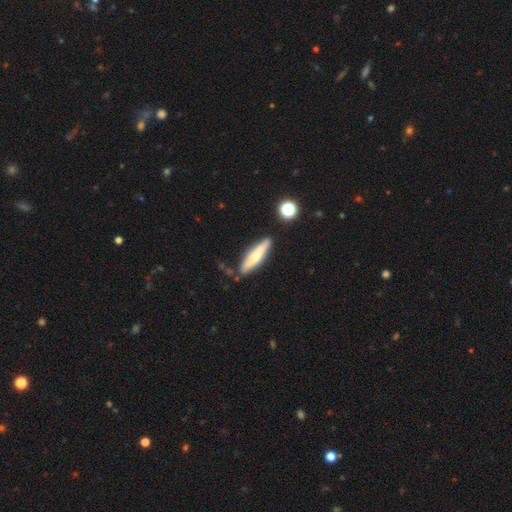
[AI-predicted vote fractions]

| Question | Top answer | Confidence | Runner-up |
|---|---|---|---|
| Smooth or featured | smooth | 57% | featured or disk (36%) |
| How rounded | cigar-shaped | 81% | in between (17%) |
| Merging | none | 82% | minor disturbance (11%) |